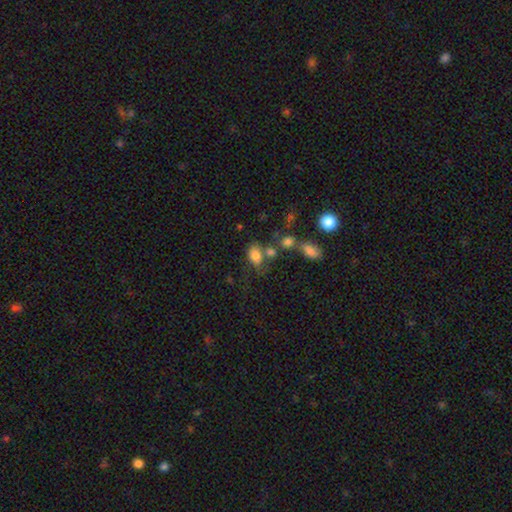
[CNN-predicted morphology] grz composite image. It shows a smooth galaxy with no disk features (78%) that is in between round and cigar-shaped (81%). Merging: none (41%).